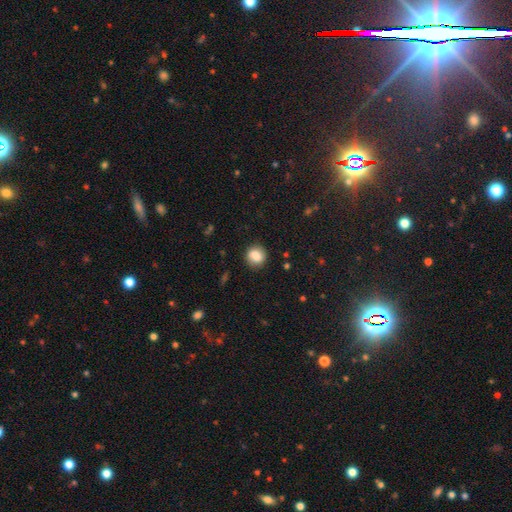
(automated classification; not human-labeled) Q: Smooth or featured?
A: smooth (83%); runner-up: star or artifact (9%)
Q: How rounded?
A: round (81%); runner-up: in between (18%)
Q: Merging?
A: none (86%); runner-up: minor disturbance (10%)